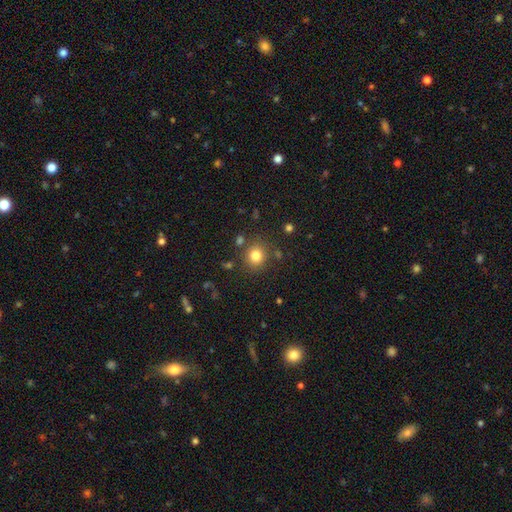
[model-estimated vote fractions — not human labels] smooth 80%, star or artifact 13%, featured or disk 7%. Down the decision tree: how rounded — round (87%); merging — none (83%).